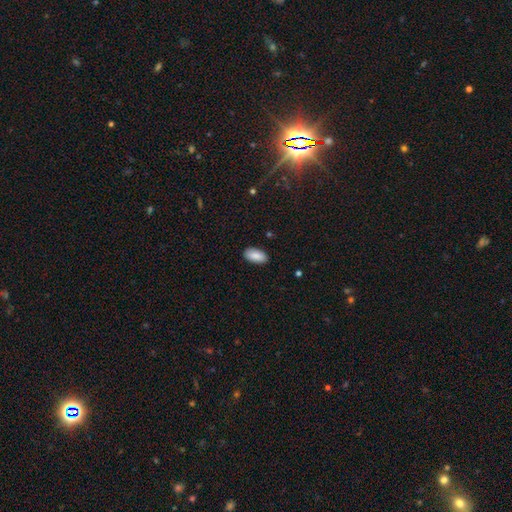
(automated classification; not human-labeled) A smooth galaxy with no disk features (89%) that is in between round and cigar-shaped (94%).

Vote fractions:
- Smooth or featured? smooth: 89% / star or artifact: 6% / featured or disk: 5%
- How rounded? in between: 94% / cigar-shaped: 3% / round: 2%
- Merging? none: 88% / minor disturbance: 9% / major disturbance: 2% / merger: 1%